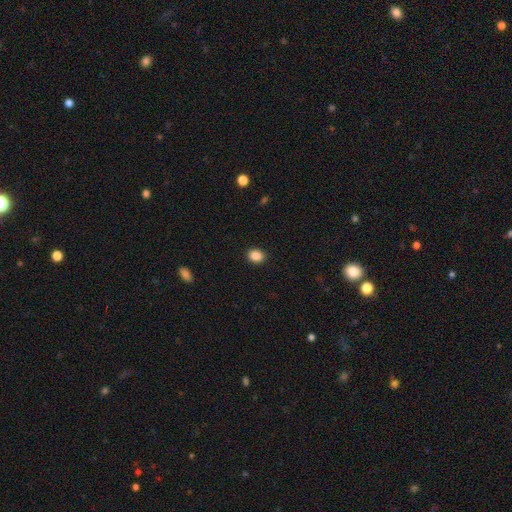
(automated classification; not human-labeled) smooth 87%, star or artifact 9%, featured or disk 3%. Down the decision tree: how rounded — in between (54%); merging — none (90%).